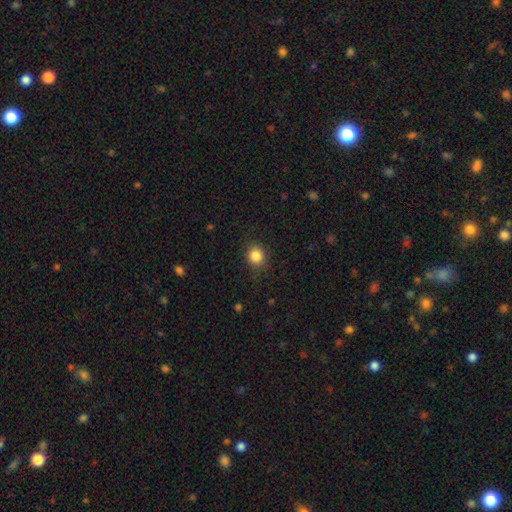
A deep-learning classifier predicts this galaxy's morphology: A smooth galaxy with no disk features (86%) that is round (86%). Merging: none (85%).